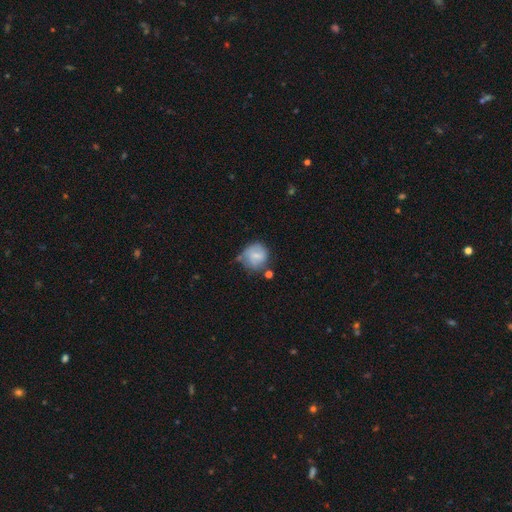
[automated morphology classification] This is likely a smooth galaxy (68%). How rounded: clearly round (85%). Merging: possibly none (51%).